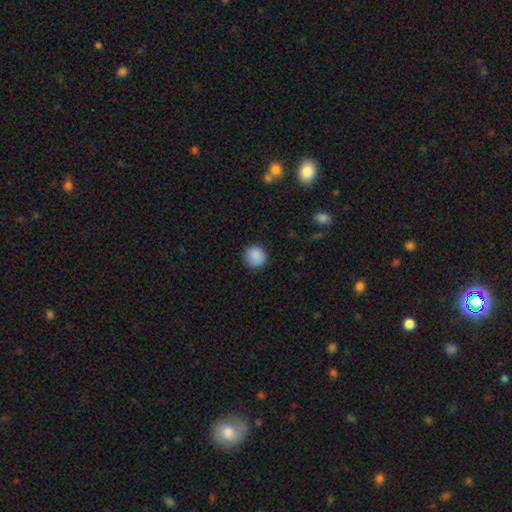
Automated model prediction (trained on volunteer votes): smooth-or-featured: smooth: 89% | star or artifact: 9% | featured or disk: 3%
  how-rounded: round: 93% | in between: 6% | cigar-shaped: 1%
  merging: none: 90% | minor disturbance: 7% | major disturbance: 2% | merger: 1%